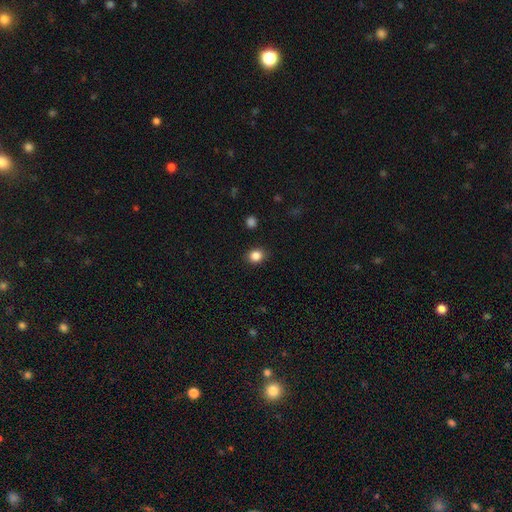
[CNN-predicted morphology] type=smooth (85%); roundness=round (69%); merging=none (89%).